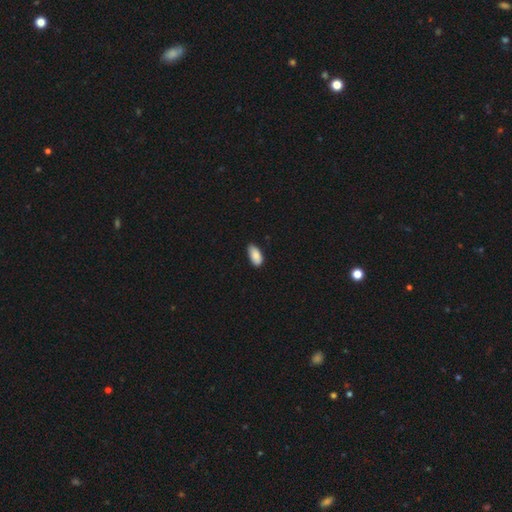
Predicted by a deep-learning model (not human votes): Smooth or featured? Predicted: smooth (p=0.88). How rounded? Predicted: in between (p=0.93). Merging? Predicted: none (p=0.77).